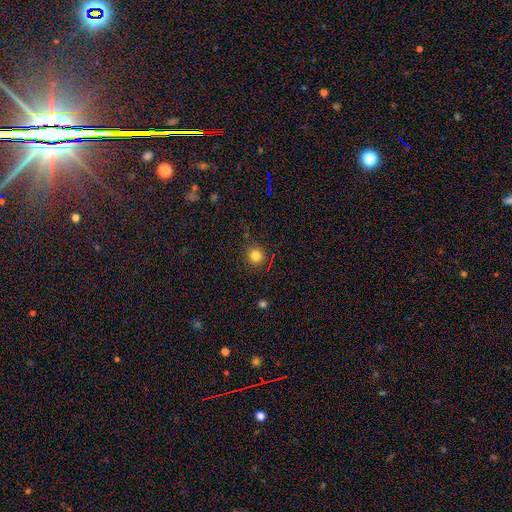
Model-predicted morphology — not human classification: Q: Smooth or featured?
A: smooth (81%); runner-up: star or artifact (13%)
Q: How rounded?
A: round (94%); runner-up: in between (5%)
Q: Merging?
A: none (89%); runner-up: minor disturbance (7%)